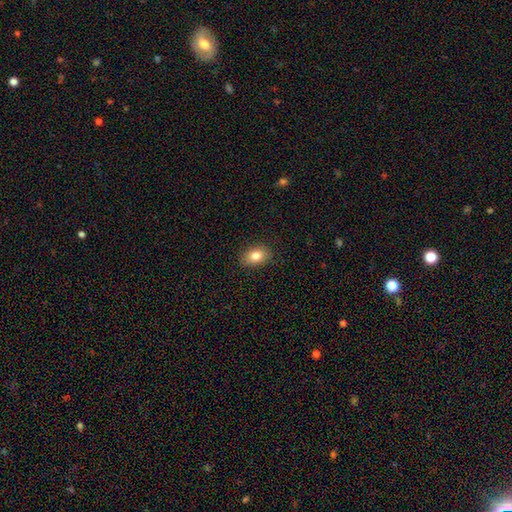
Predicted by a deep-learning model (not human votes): Smooth or featured? Predicted: smooth (p=0.82). How rounded? Predicted: in between (p=0.82). Merging? Predicted: none (p=0.88).